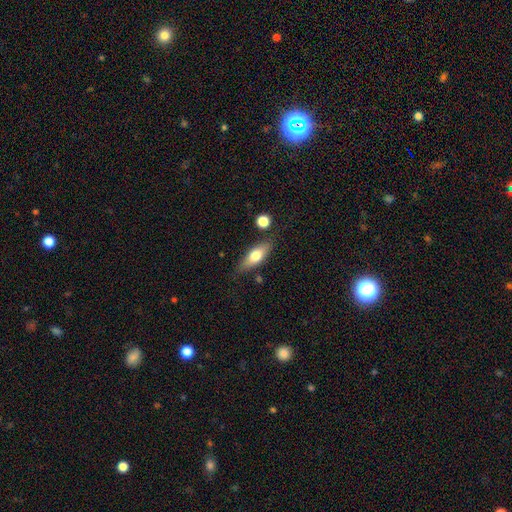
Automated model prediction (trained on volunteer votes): A smooth galaxy with no disk features (65%) that is in between round and cigar-shaped (64%). Merging: none (76%).